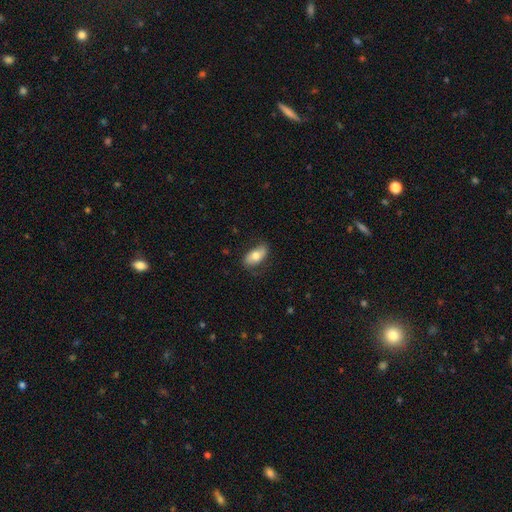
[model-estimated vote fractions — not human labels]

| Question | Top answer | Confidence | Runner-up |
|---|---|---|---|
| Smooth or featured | smooth | 64% | featured or disk (29%) |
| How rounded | in between | 91% | cigar-shaped (5%) |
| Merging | none | 71% | minor disturbance (21%) |